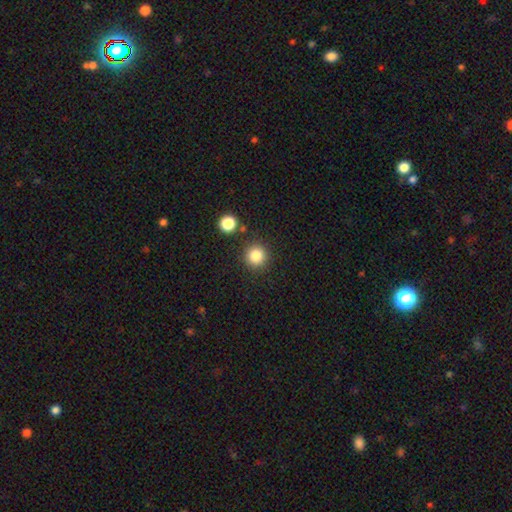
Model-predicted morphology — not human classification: The model was most divided on "smooth or featured": smooth: 84%, star or artifact: 11%, featured or disk: 5%. More confident: how rounded — round (94%); merging — none (87%).